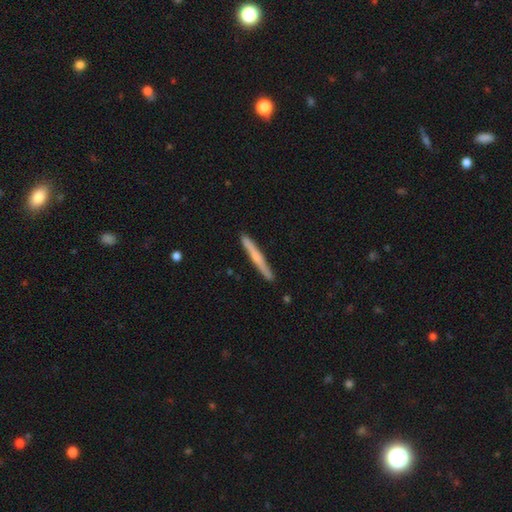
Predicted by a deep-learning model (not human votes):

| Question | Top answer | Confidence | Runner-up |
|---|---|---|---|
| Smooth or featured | smooth | 49% | featured or disk (46%) |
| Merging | none | 90% | minor disturbance (7%) |